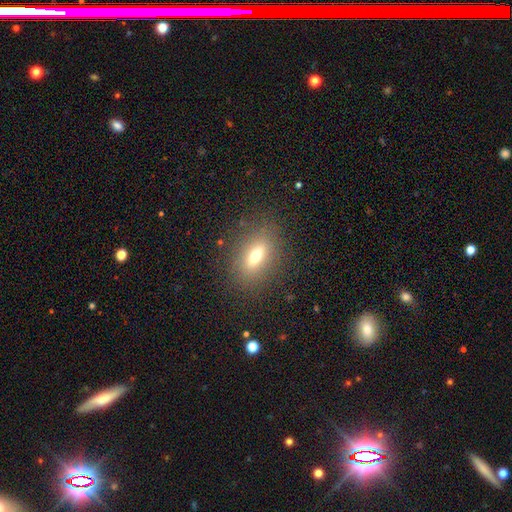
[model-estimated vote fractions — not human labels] A smooth galaxy with no disk features (60%) that is in between round and cigar-shaped (68%).

Vote fractions:
- Smooth or featured? smooth: 60% / featured or disk: 27% / star or artifact: 13%
- How rounded? in between: 68% / cigar-shaped: 17% / round: 15%
- Merging? none: 83% / minor disturbance: 10% / major disturbance: 5% / merger: 1%